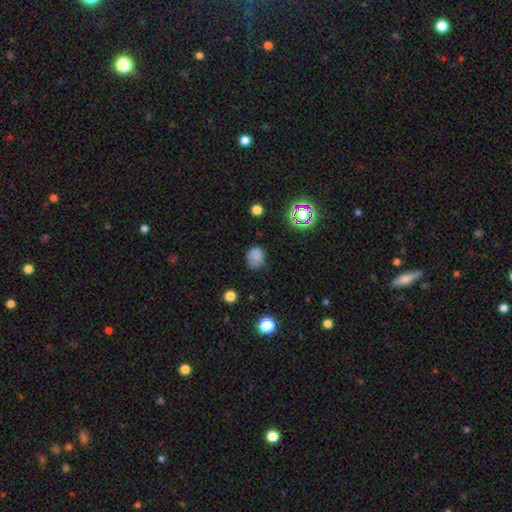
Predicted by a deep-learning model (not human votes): A smooth galaxy with no disk features (73%) that is round (64%).

Vote fractions:
- Smooth or featured? smooth: 73% / star or artifact: 17% / featured or disk: 10%
- How rounded? round: 64% / in between: 35% / cigar-shaped: 1%
- Merging? none: 56% / minor disturbance: 30% / major disturbance: 11% / merger: 3%